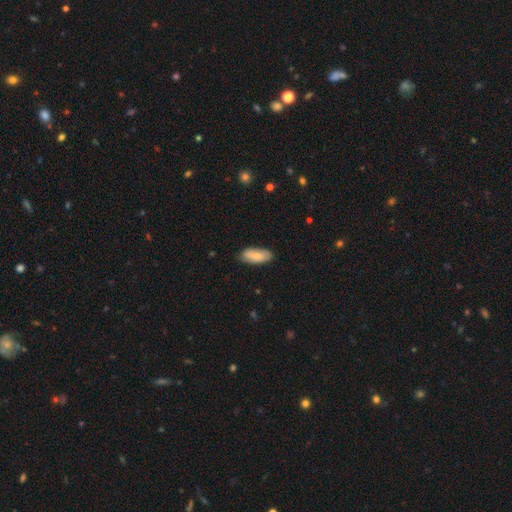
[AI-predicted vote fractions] A smooth galaxy with no disk features (82%) that is in between round and cigar-shaped (81%).

Vote fractions:
- Smooth or featured? smooth: 82% / featured or disk: 12% / star or artifact: 6%
- How rounded? in between: 81% / cigar-shaped: 17% / round: 2%
- Merging? none: 80% / minor disturbance: 16% / major disturbance: 3% / merger: 1%